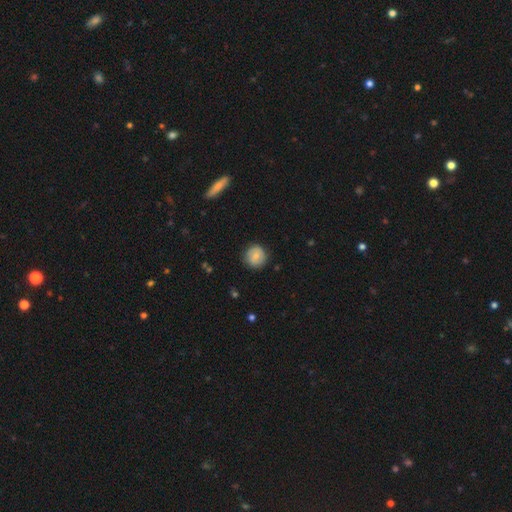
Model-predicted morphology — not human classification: Smooth or featured?
  - smooth: 67% *
  - featured or disk: 25%
  - star or artifact: 8%
How rounded?
  - round: 91% *
  - in between: 8%
  - cigar-shaped: 1%
Merging?
  - none: 83% *
  - minor disturbance: 13%
  - major disturbance: 3%
  - merger: 1%